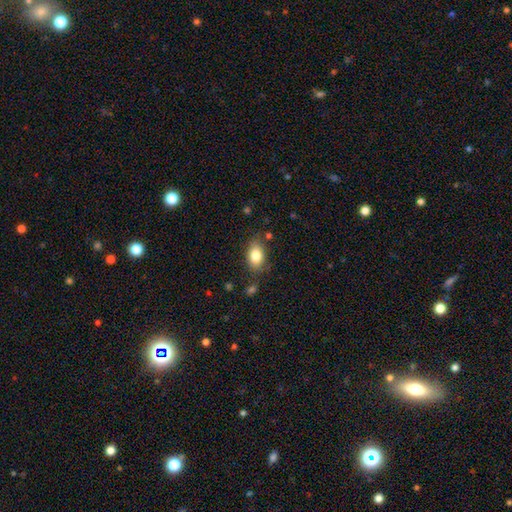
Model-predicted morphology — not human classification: The model was most divided on "merging": none: 79%, minor disturbance: 14%, major disturbance: 4%, merger: 3%. More confident: how rounded — in between (86%); smooth or featured — smooth (83%).